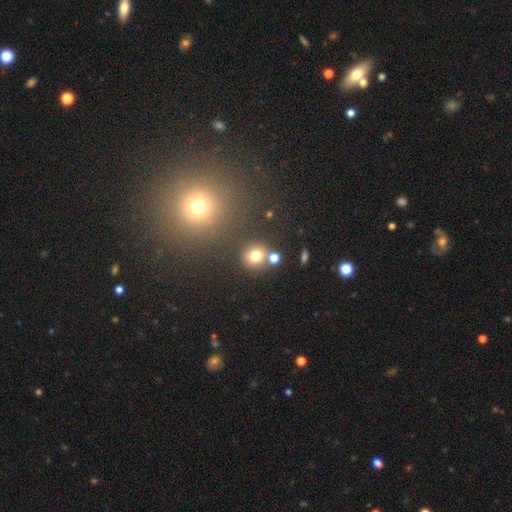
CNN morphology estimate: type=smooth (76%); roundness=round (83%); merging=none (73%).